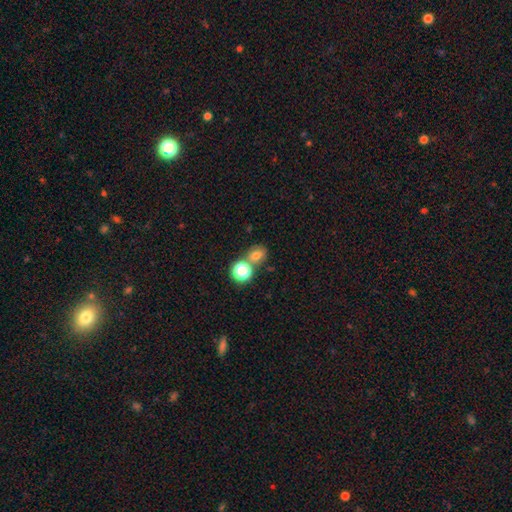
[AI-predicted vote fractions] Smooth or featured? Predicted: smooth (p=0.71). How rounded? Predicted: round (p=0.59). Merging? Predicted: none (p=0.56).